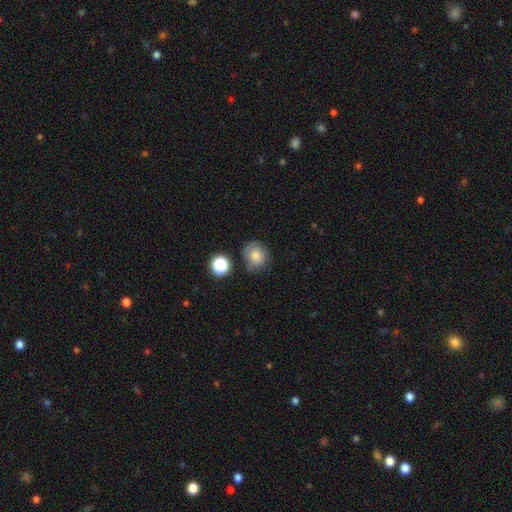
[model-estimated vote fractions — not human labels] This appears to be a smooth galaxy with no disk features (77%) that is round (76%). Merging: none (66%).